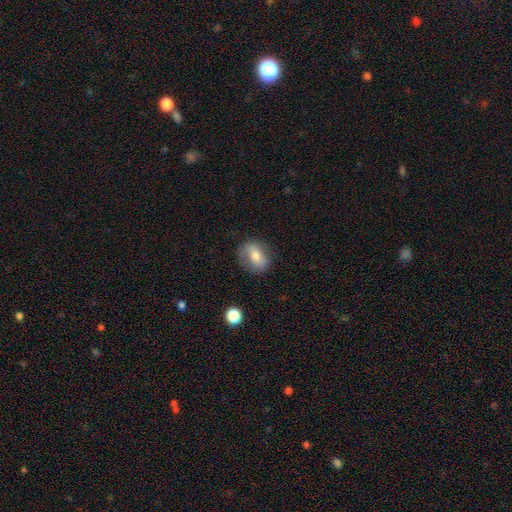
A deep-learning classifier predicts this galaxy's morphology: A smooth galaxy with no disk features (59%) that is in between round and cigar-shaped (49%, tied with round).

Vote fractions:
- Smooth or featured? smooth: 59% / featured or disk: 31% / star or artifact: 9%
- How rounded? in between: 49% (tied) / round: 49% (tied) / cigar-shaped: 2%
- Merging? none: 77% / minor disturbance: 16% / major disturbance: 5% / merger: 1%